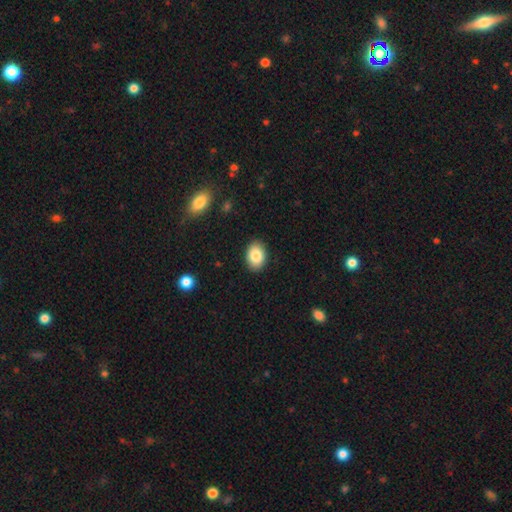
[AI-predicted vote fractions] Smooth or featured: smooth — 85% (featured or disk — 8%)
How rounded: in between — 81% (round — 18%)
Merging: none — 89% (minor disturbance — 8%)